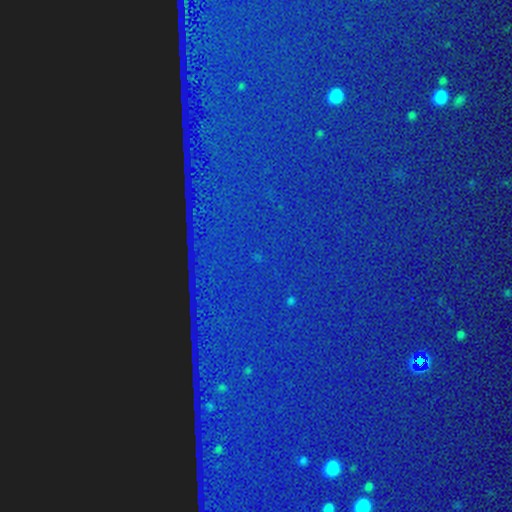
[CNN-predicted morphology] Q: Smooth or featured?
A: star or artifact (85%); runner-up: featured or disk (8%)